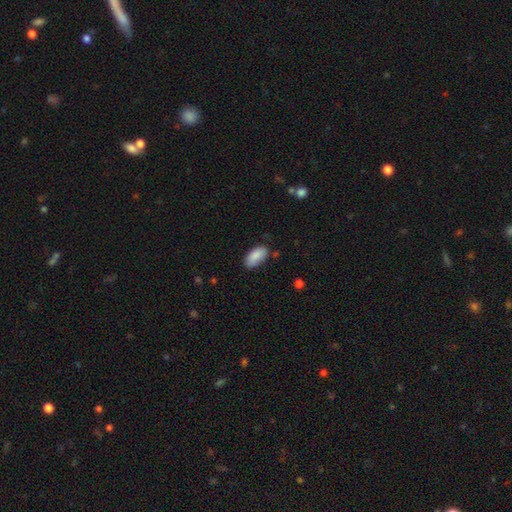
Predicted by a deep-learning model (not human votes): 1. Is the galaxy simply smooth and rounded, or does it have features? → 88% smooth, 7% star or artifact, 6% featured or disk.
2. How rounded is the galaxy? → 93% in between, 5% cigar-shaped, 2% round.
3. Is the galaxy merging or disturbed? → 75% none, 20% minor disturbance, 3% major disturbance, 2% merger.